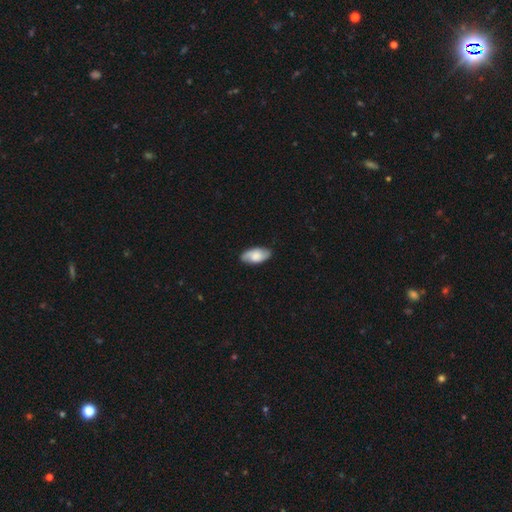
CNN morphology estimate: smooth_or_featured: smooth (p=0.64) [alt: featured or disk p=0.30]
how_rounded: in between (p=0.92) [alt: cigar-shaped p=0.05]
merging: none (p=0.84) [alt: minor disturbance p=0.12]